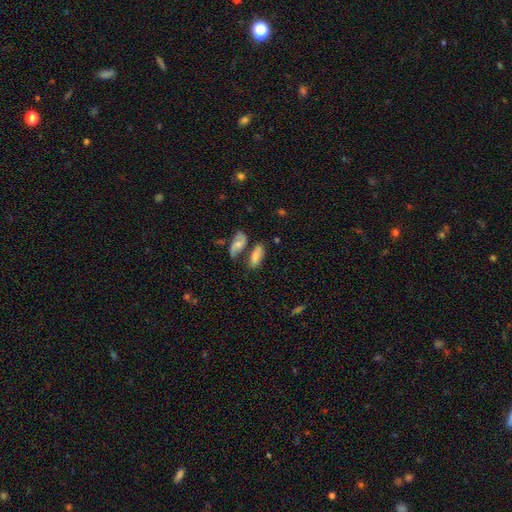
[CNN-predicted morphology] Smooth or featured? Predicted: smooth (p=0.63). How rounded? Predicted: in between (p=0.80). Merging? Predicted: none (p=0.43).